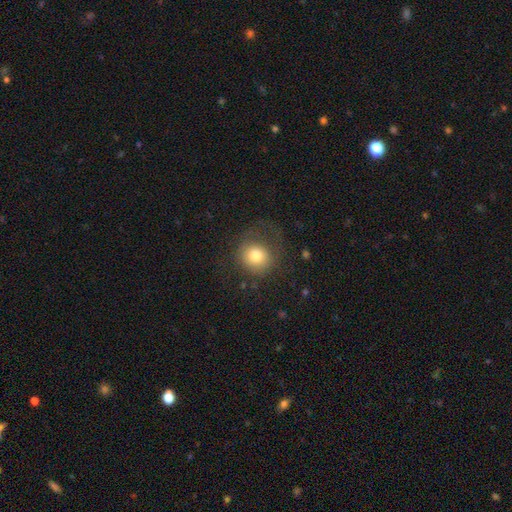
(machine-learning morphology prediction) Overall: smooth (76%). How rounded: round (85%). Merging: none (61%).